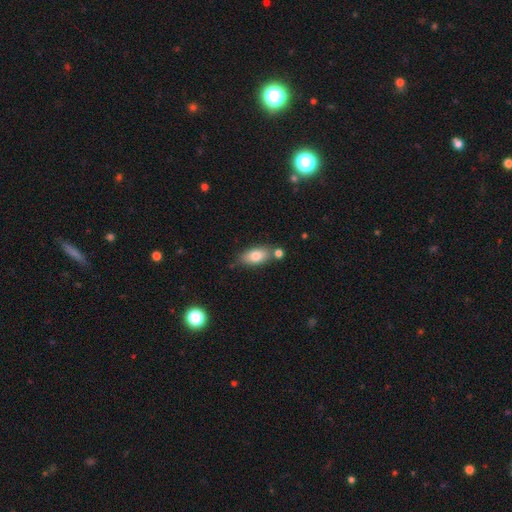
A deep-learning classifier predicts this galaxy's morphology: Smooth or featured? Predicted: smooth (p=0.79). How rounded? Predicted: in between (p=0.88). Merging? Predicted: none (p=0.67).